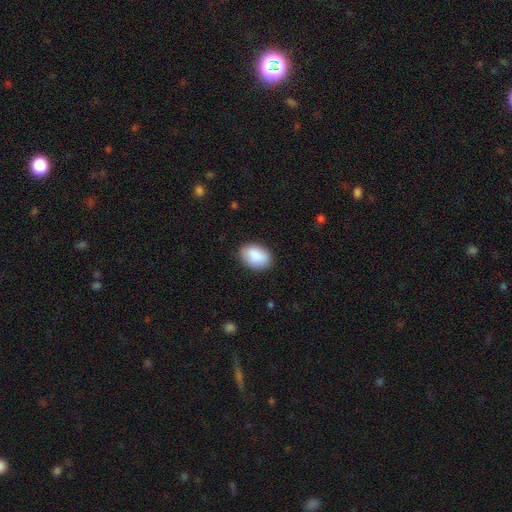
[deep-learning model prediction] Smooth or featured? Predicted: smooth (p=0.88). How rounded? Predicted: in between (p=0.85). Merging? Predicted: none (p=0.84).